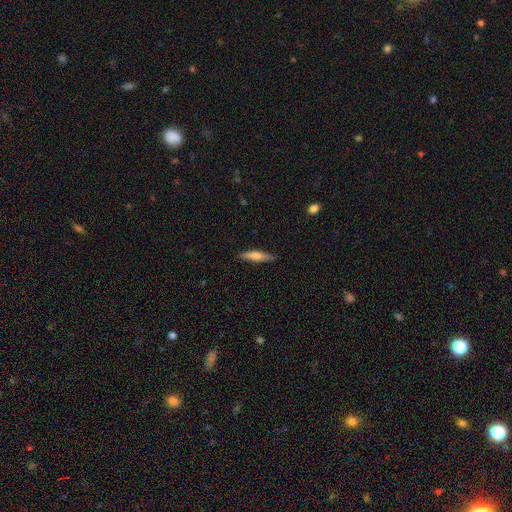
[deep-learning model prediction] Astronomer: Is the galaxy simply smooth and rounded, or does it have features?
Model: smooth — 61%.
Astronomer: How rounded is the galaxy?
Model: cigar-shaped — 83%.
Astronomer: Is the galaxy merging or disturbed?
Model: none — 87%.